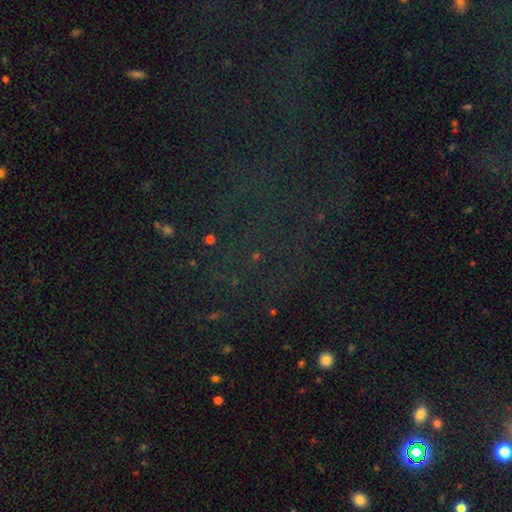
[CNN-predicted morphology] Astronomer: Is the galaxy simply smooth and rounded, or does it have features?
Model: star or artifact — 73%.